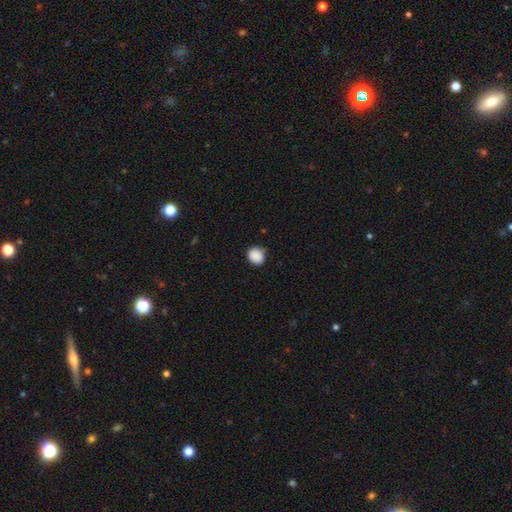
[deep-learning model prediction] smooth 89%, star or artifact 8%, featured or disk 3%. Down the decision tree: how rounded — round (73%); merging — none (82%).